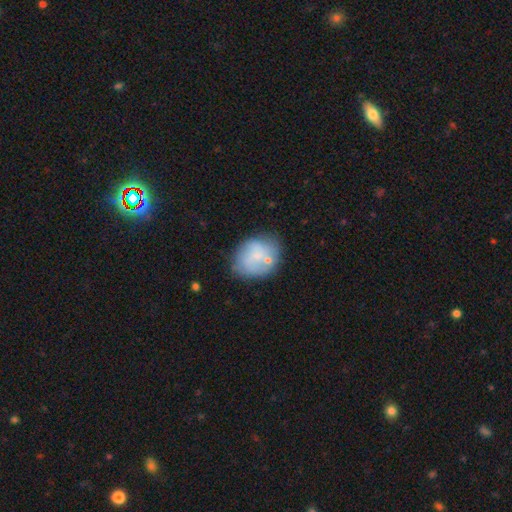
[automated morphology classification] Smooth or featured?
  - smooth: 57% *
  - featured or disk: 35%
  - star or artifact: 9%
How rounded?
  - round: 53% *
  - in between: 46%
  - cigar-shaped: 1%
Merging?
  - none: 56% *
  - minor disturbance: 23%
  - merger: 12%
  - major disturbance: 9%